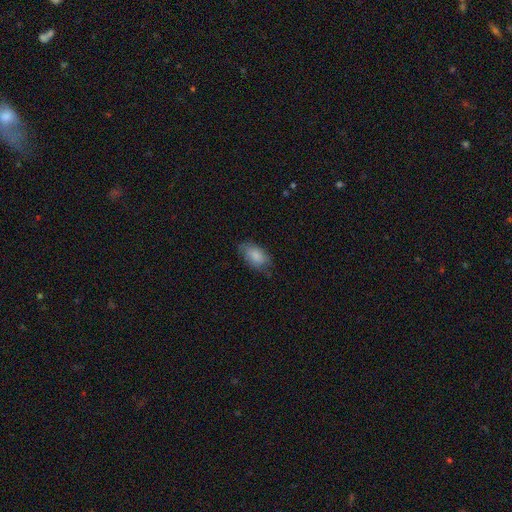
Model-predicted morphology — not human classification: Smooth or featured? smooth (79%)
How rounded? in between (92%)
Merging? none (65%)